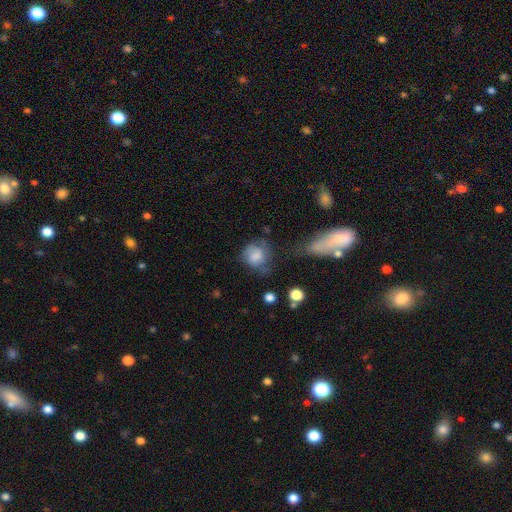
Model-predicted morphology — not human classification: Smooth or featured? smooth (65%)
How rounded? round (73%)
Merging? none (48%)